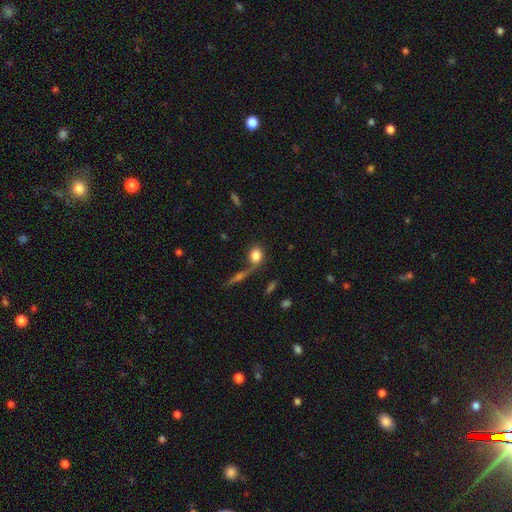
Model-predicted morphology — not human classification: Smooth or featured? Predicted: smooth (p=0.81). How rounded? Predicted: round (p=0.48, tied with in between). Merging? Predicted: none (p=0.52).